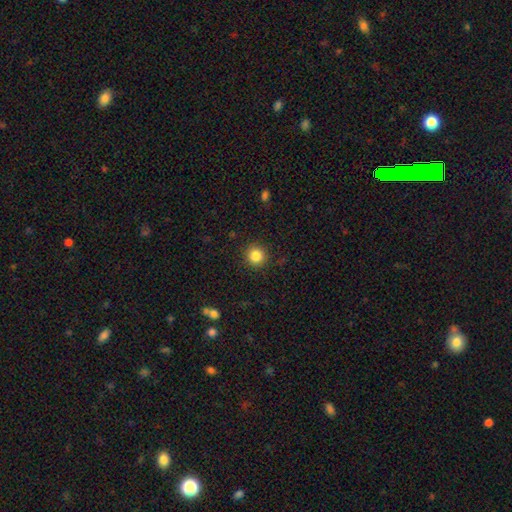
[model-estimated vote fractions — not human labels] Smooth or featured? smooth (85%)
How rounded? round (93%)
Merging? none (91%)